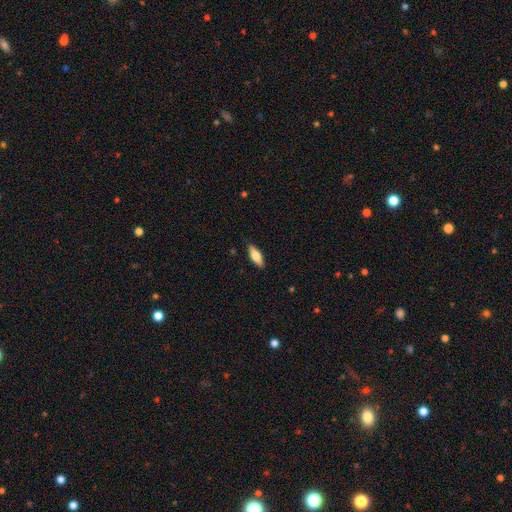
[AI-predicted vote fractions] Smooth or featured? Predicted: smooth (p=0.65). How rounded? Predicted: in between (p=0.60). Merging? Predicted: none (p=0.86).